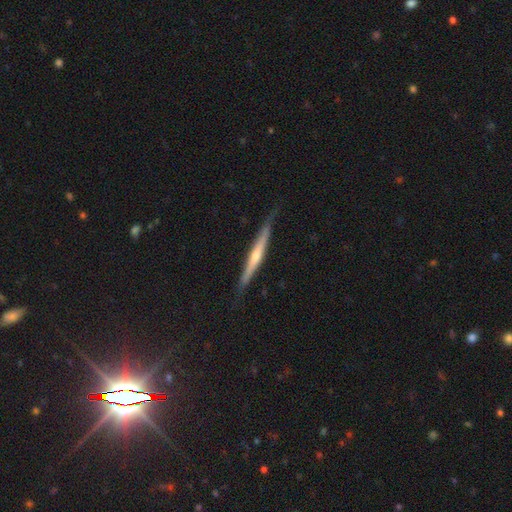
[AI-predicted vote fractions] A featured or disk galaxy (75%) viewed edge-on (97%) with a rounded central bulge (72%).

Vote fractions:
- Smooth or featured? featured or disk: 75% / smooth: 17% / star or artifact: 9%
- Edge-on disk? yes: 97% / no: 3%
- Edge-on bulge? rounded: 72% / none: 20% / boxy: 8%
- Merging? none: 86% / minor disturbance: 11% / major disturbance: 2% / merger: 1%